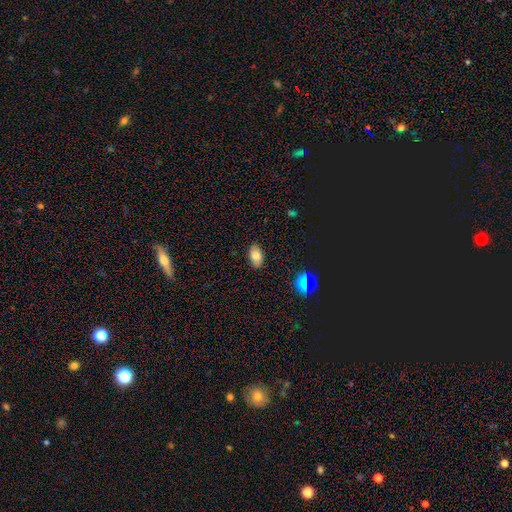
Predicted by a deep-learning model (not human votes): Q: Smooth or featured?
A: smooth (80%); runner-up: featured or disk (10%)
Q: How rounded?
A: in between (92%); runner-up: round (6%)
Q: Merging?
A: none (86%); runner-up: minor disturbance (11%)